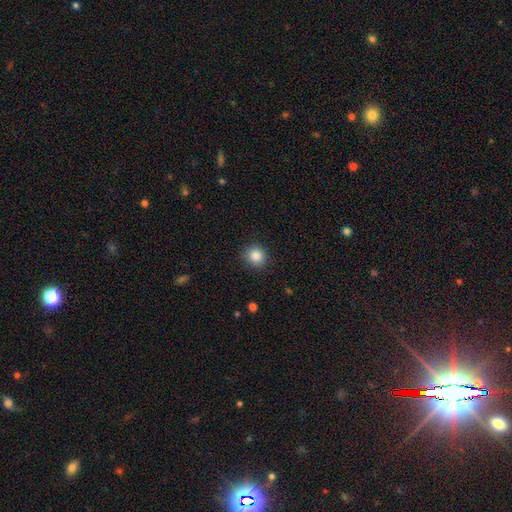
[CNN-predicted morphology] smooth_or_featured: smooth (p=0.86) [alt: star or artifact p=0.10]
how_rounded: round (p=0.89) [alt: in between p=0.10]
merging: none (p=0.89) [alt: minor disturbance p=0.08]